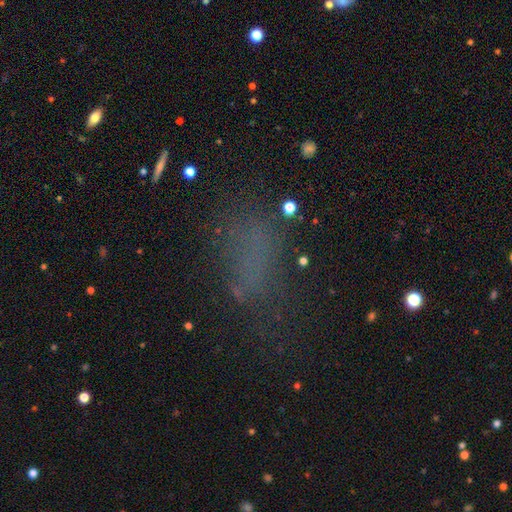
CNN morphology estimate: This appears to be a smooth galaxy with no disk features (49%). Merging: none (53%).